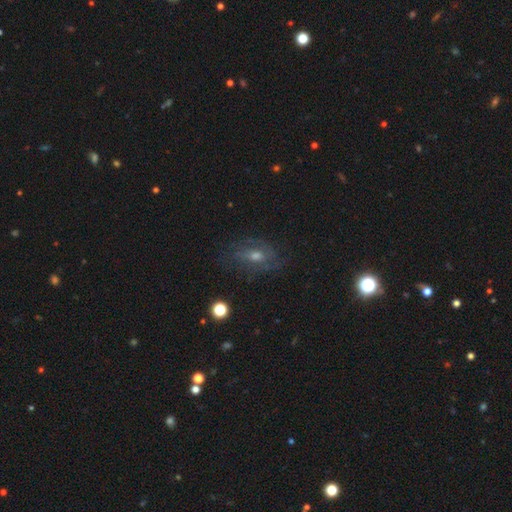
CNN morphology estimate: smooth_or_featured: featured or disk (p=0.55) [alt: smooth p=0.27]
disk_edge_on: no (p=0.89) [alt: yes p=0.11]
merging: none (p=0.69) [alt: minor disturbance p=0.18]